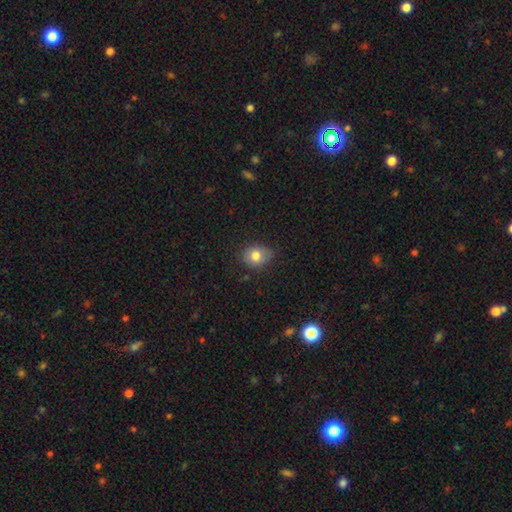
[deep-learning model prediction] Smooth or featured: smooth — 79% (featured or disk — 12%)
How rounded: in between — 51% (round — 48%)
Merging: none — 72% (minor disturbance — 22%)